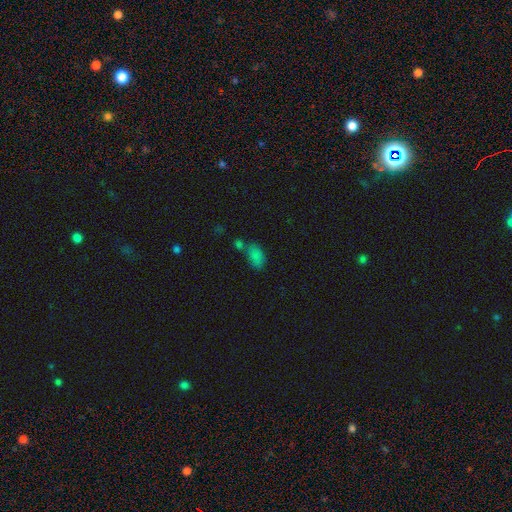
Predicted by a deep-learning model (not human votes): A smooth galaxy with no disk features (78%) that is in between round and cigar-shaped (91%).

Vote fractions:
- Smooth or featured? smooth: 78% / star or artifact: 16% / featured or disk: 7%
- How rounded? in between: 91% / round: 6% / cigar-shaped: 4%
- Merging? none: 47% / merger: 29% / minor disturbance: 16% / major disturbance: 7%